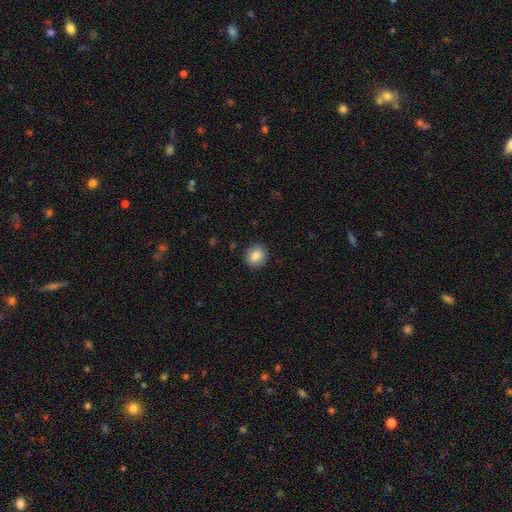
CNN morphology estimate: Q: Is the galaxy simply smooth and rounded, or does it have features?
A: smooth — 84%.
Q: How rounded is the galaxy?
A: round — 84%.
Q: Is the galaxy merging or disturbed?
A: none — 91%.